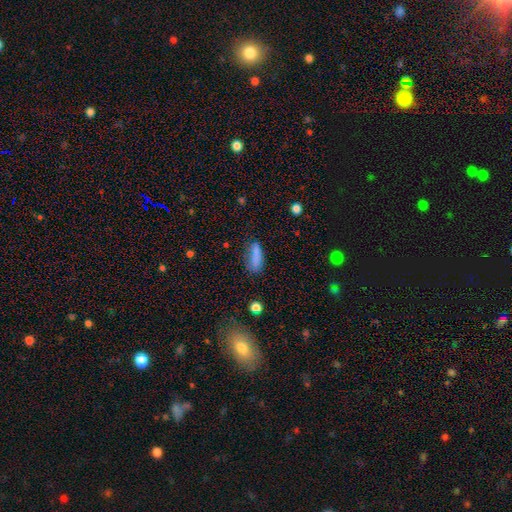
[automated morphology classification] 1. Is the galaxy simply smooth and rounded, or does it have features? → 80% smooth, 10% featured or disk, 10% star or artifact.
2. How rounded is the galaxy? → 50% in between, 47% cigar-shaped, 3% round.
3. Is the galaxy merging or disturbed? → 59% none, 26% minor disturbance, 11% major disturbance, 4% merger.